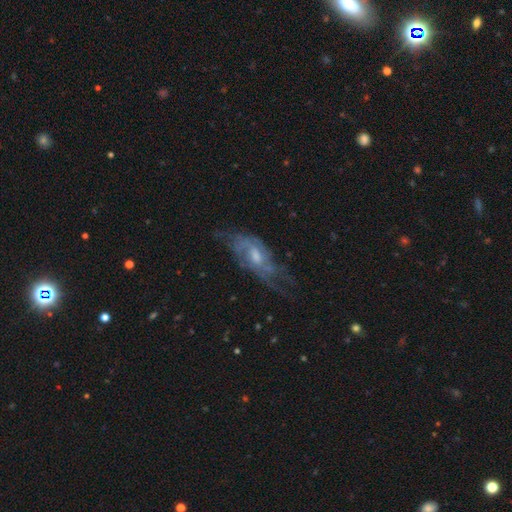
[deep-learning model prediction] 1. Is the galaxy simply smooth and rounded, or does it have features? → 76% featured or disk, 17% smooth, 8% star or artifact.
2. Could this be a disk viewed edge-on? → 86% no, 14% yes.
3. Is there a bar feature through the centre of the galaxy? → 50% no, 42% weak, 8% strong.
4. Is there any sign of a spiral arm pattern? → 83% yes, 17% no.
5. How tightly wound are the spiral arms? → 44% medium, 34% tight, 22% loose.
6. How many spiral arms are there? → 42% can't tell, 34% 2, 11% 3, 5% 4, 4% 1, 3% more than 4.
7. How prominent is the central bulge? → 56% moderate, 30% small, 7% none, 6% large, 1% dominant.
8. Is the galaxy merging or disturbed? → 55% none, 25% minor disturbance, 19% major disturbance, 2% merger.